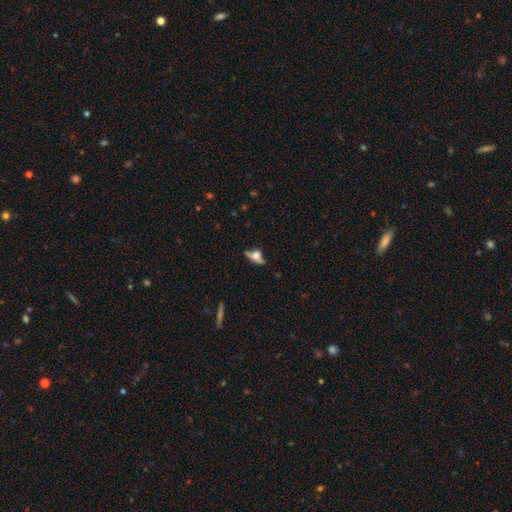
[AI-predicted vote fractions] Q: Smooth or featured?
A: featured or disk (50%); runner-up: smooth (38%)
Q: Edge-on disk?
A: yes (82%); runner-up: no (18%)
Q: Merging?
A: none (60%); runner-up: minor disturbance (21%)